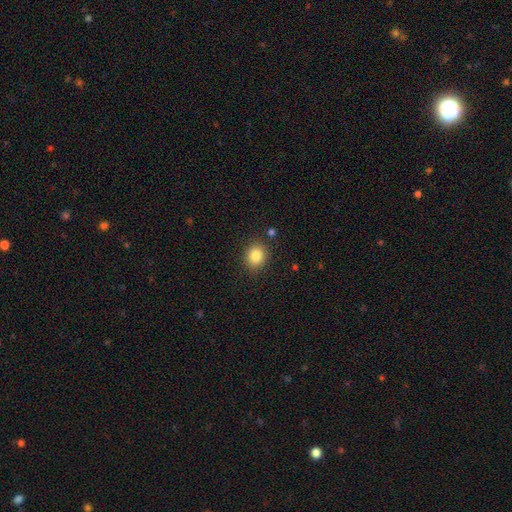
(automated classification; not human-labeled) Overall: smooth (83%). How rounded: round (70%; in between 30%). Merging: none (86%).